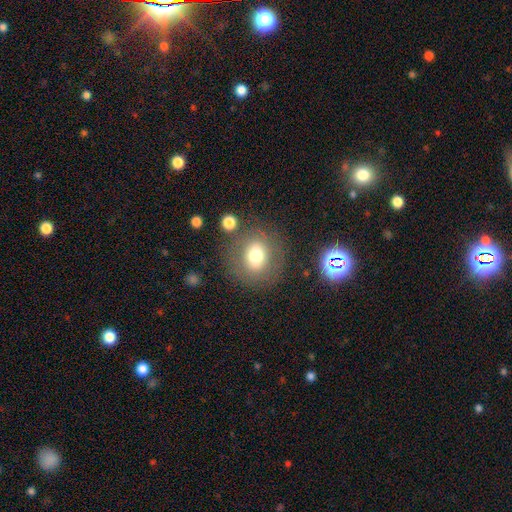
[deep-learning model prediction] A smooth galaxy with no disk features (70%) that is round (81%). Merging: none (78%).